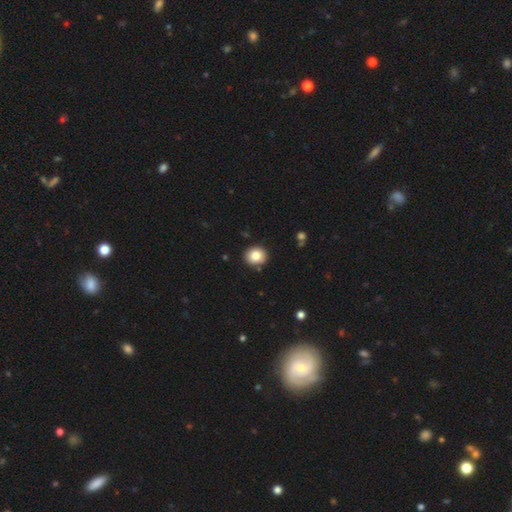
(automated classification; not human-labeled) Overall: smooth (83%). How rounded: round (80%). Merging: none (87%).